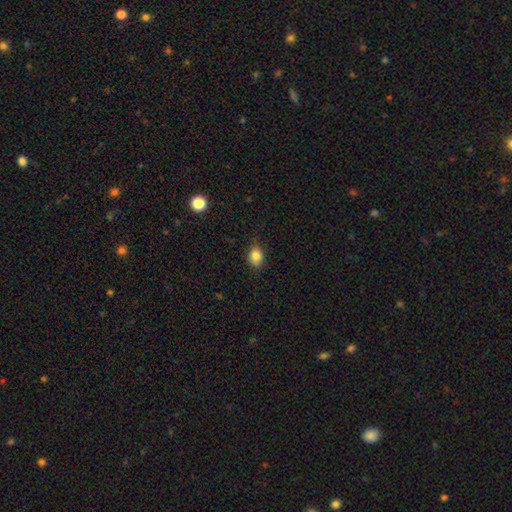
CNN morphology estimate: This appears to be a smooth galaxy with no disk features (84%) that is in between round and cigar-shaped (58%). Merging: none (79%).